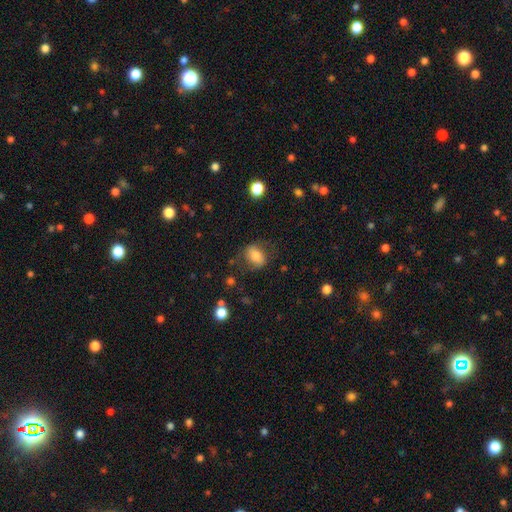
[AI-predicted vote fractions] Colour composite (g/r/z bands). It shows a smooth galaxy with no disk features (71%) that is in between round and cigar-shaped (70%). Merging: none (66%).